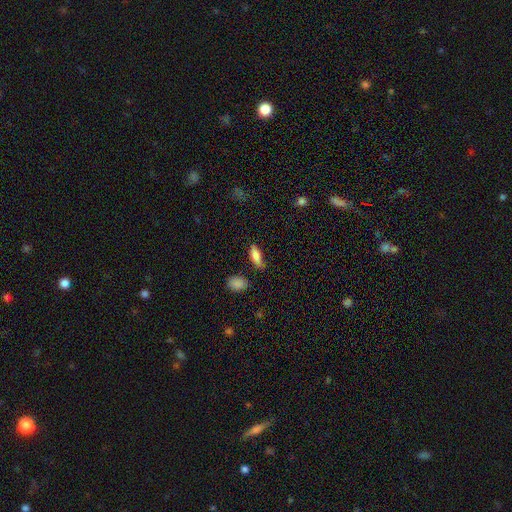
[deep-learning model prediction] The model was most divided on "merging": none: 65%, minor disturbance: 26%, major disturbance: 6%, merger: 3%. More confident: smooth or featured — smooth (81%); how rounded — in between (72%).